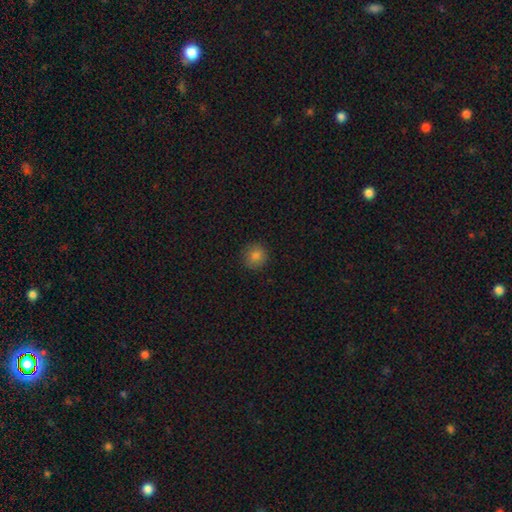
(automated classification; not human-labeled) Q: Smooth or featured?
A: smooth (82%); runner-up: star or artifact (12%)
Q: How rounded?
A: round (92%); runner-up: in between (7%)
Q: Merging?
A: none (90%); runner-up: minor disturbance (7%)